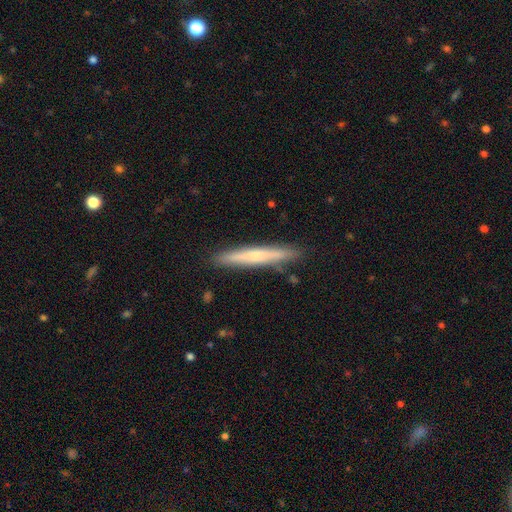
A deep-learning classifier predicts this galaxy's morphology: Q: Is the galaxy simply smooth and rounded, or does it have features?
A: smooth — 52%.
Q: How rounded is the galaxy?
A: cigar-shaped — 96%.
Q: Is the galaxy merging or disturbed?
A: none — 88%.